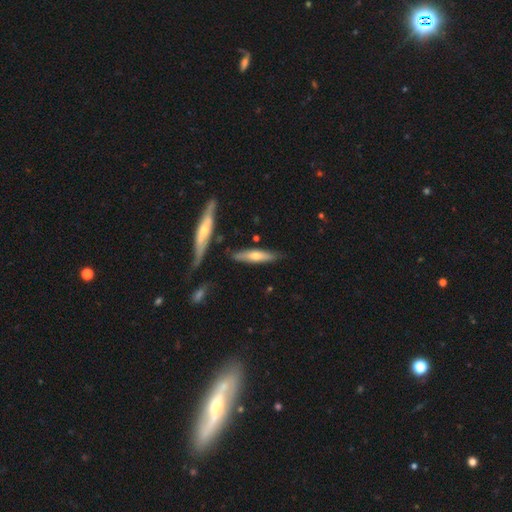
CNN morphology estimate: A smooth galaxy with no disk features (50%).

Vote fractions:
- Smooth or featured? smooth: 50% / featured or disk: 44% / star or artifact: 6%
- Merging? none: 77% / minor disturbance: 15% / merger: 5% / major disturbance: 3%